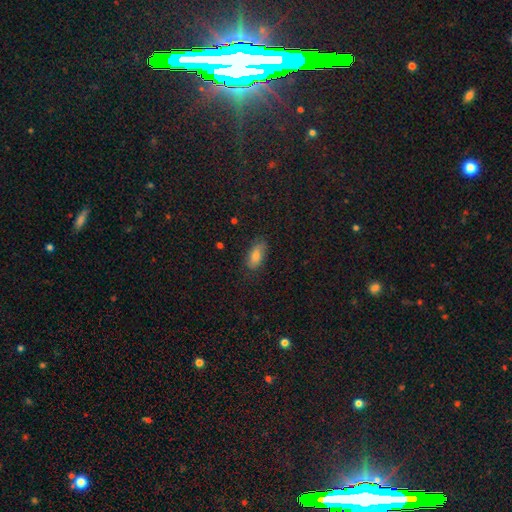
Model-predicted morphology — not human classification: Smooth or featured? Predicted: smooth (p=0.72). How rounded? Predicted: in between (p=0.88). Merging? Predicted: none (p=0.78).